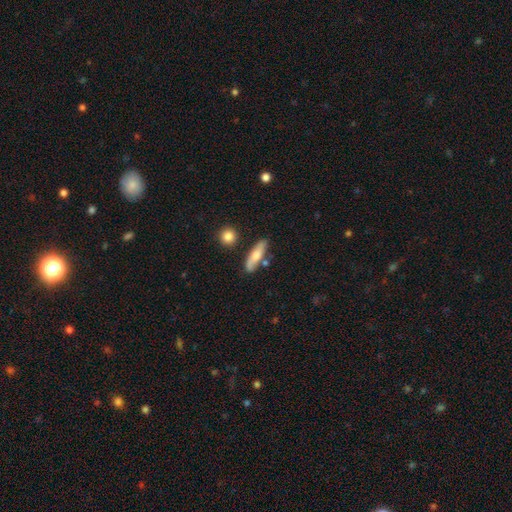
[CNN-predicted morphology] Smooth or featured? Predicted: smooth (p=0.61). How rounded? Predicted: cigar-shaped (p=0.56). Merging? Predicted: none (p=0.71).